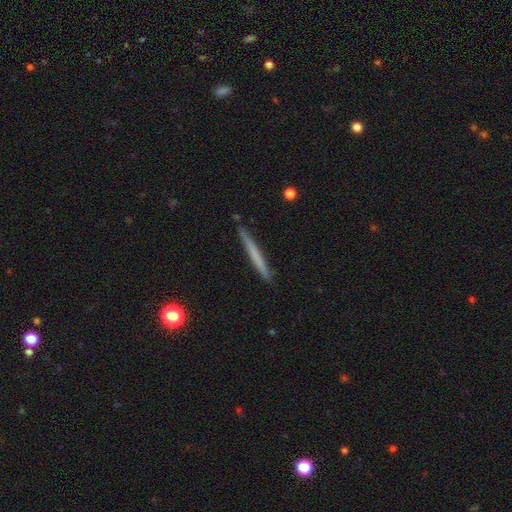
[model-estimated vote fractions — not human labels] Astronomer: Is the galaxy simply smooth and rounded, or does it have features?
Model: smooth — 57% (runner-up: featured or disk, 37%).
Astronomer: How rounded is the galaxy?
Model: cigar-shaped — 97%.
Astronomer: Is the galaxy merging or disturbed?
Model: none — 90%.